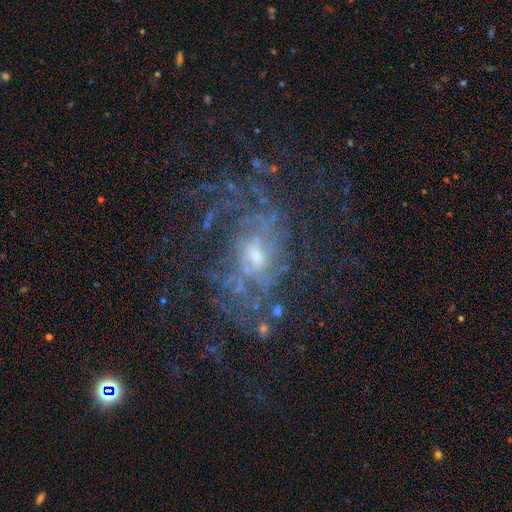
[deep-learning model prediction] This appears to be a featured or disk galaxy (80%) with no bar (51%), tight (39%) spiral arms (83%) and a small central bulge (49%). Merging: none (57%).